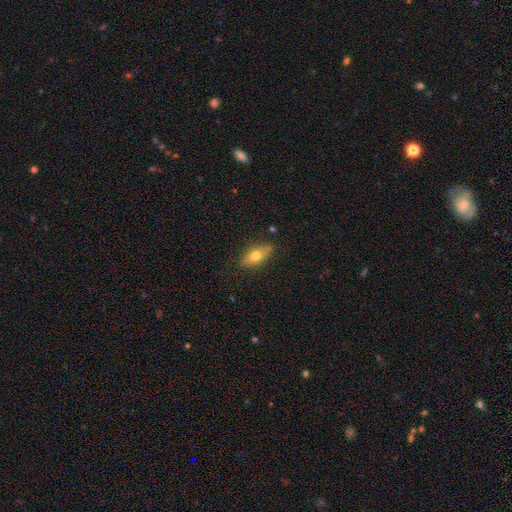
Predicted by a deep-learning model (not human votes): A smooth galaxy with no disk features (69%) that is in between round and cigar-shaped (81%). Merging: none (80%).